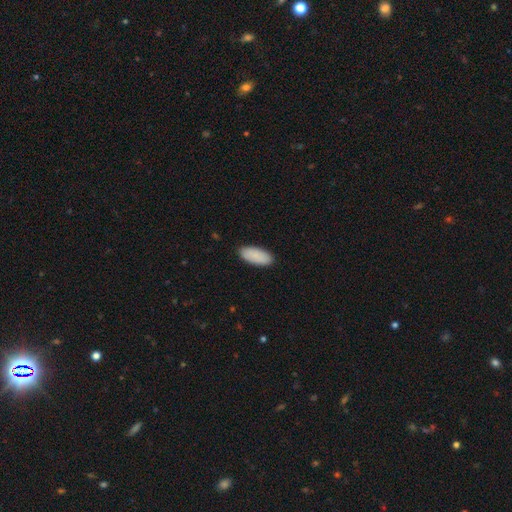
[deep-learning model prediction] Smooth or featured?
  - smooth: 90% *
  - star or artifact: 6%
  - featured or disk: 4%
How rounded?
  - in between: 88% *
  - cigar-shaped: 11%
  - round: 2%
Merging?
  - none: 89% *
  - minor disturbance: 8%
  - major disturbance: 2%
  - merger: 1%